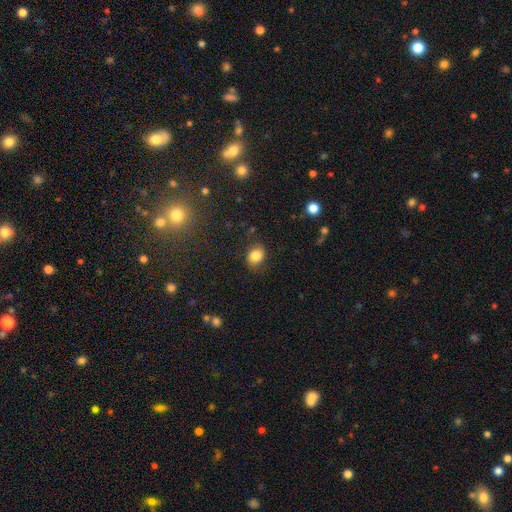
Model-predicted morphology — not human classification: Q: Smooth or featured?
A: smooth (82%); runner-up: star or artifact (10%)
Q: How rounded?
A: in between (52%); runner-up: round (47%)
Q: Merging?
A: none (77%); runner-up: minor disturbance (16%)